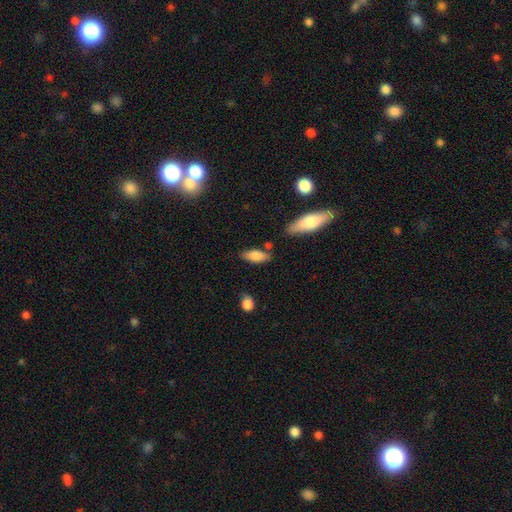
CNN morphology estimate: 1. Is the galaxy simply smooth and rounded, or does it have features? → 80% smooth, 13% featured or disk, 6% star or artifact.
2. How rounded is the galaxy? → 73% in between, 24% cigar-shaped, 2% round.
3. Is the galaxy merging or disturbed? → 73% none, 16% minor disturbance, 7% merger, 4% major disturbance.